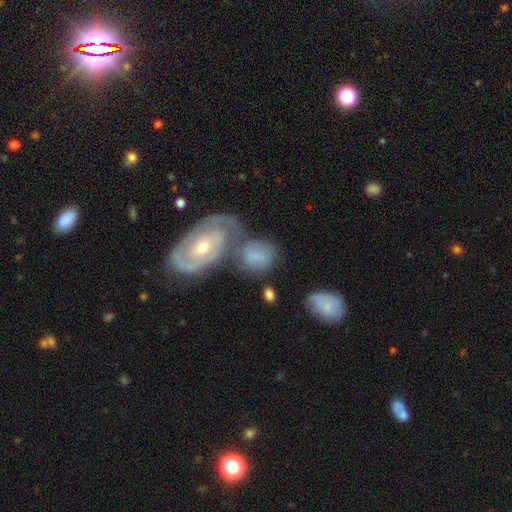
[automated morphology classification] This appears to be a smooth galaxy with no disk features (49%). Merging: merger (41%).